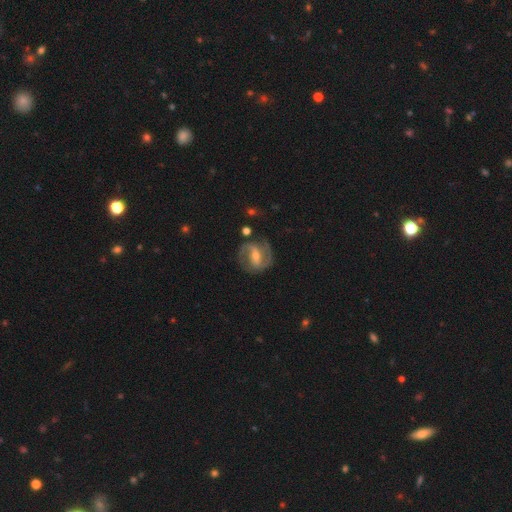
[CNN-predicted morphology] Overall: featured or disk (86%). Edge-on disk: no (97%). Bar: strong (49%; weak 38%). Spiral arms: yes (94%). Spiral arm count: 2 (88%). Spiral winding: medium (54%; tight 28%). Bulge size: moderate (51%; small 43%). Merging: none (76%).